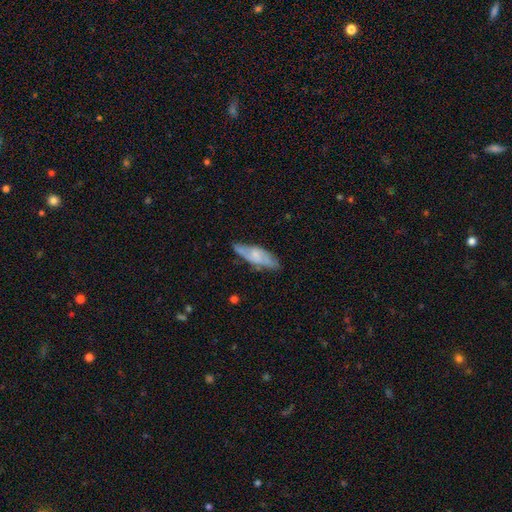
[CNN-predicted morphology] Smooth or featured? featured or disk (52%)
Edge-on disk? no (70%)
Merging? none (67%)